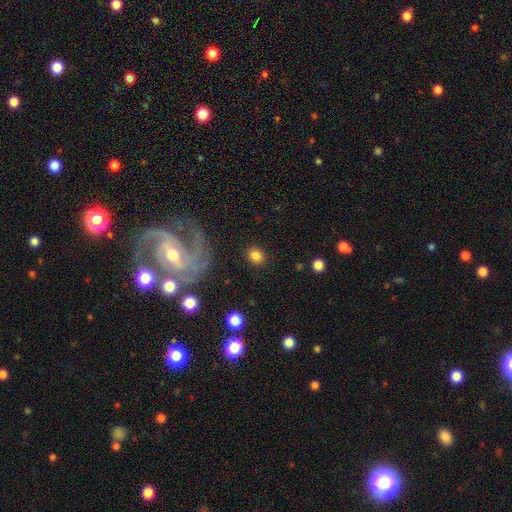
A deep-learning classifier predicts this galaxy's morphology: A smooth galaxy with no disk features (83%) that is round (66%).

Vote fractions:
- Smooth or featured? smooth: 83% / star or artifact: 9% / featured or disk: 7%
- How rounded? round: 66% / in between: 33% / cigar-shaped: 1%
- Merging? none: 88% / minor disturbance: 7% / major disturbance: 3% / merger: 2%